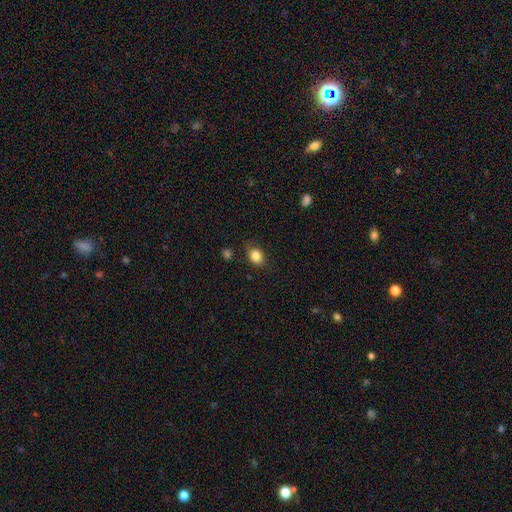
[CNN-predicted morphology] Overall: smooth (85%). How rounded: in between (57%; round 42%). Merging: none (77%).